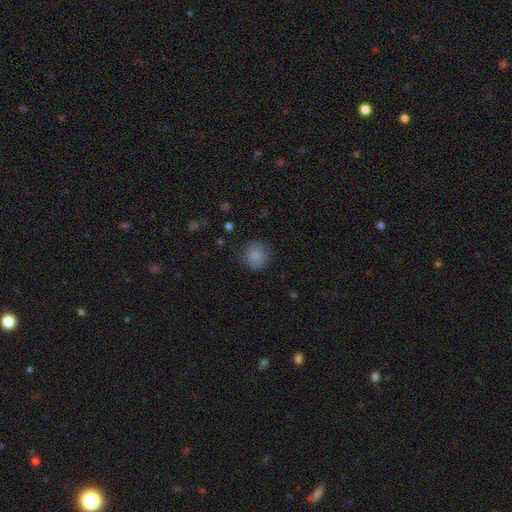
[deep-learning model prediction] Smooth or featured: smooth — 84% (star or artifact — 9%)
How rounded: round — 87% (in between — 12%)
Merging: none — 77% (minor disturbance — 17%)